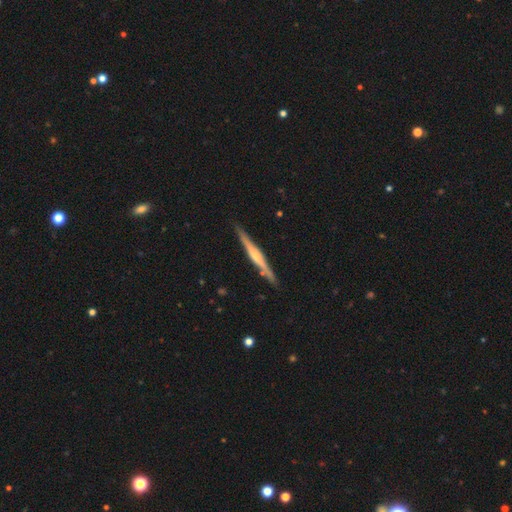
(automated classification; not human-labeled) Smooth or featured? featured or disk (73%)
Edge-on disk? yes (97%)
Edge-on bulge? rounded (68%)
Merging? none (87%)